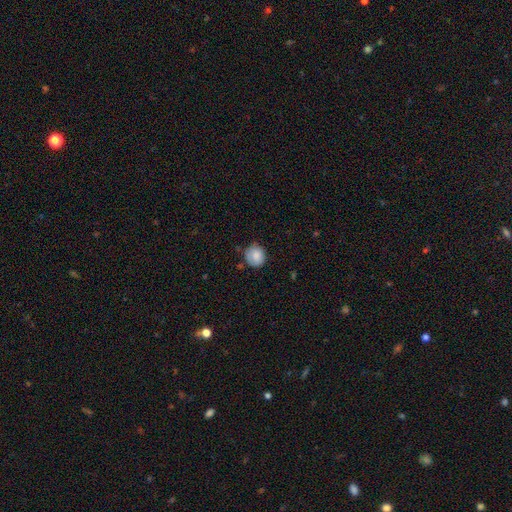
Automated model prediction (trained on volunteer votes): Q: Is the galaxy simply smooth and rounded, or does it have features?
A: smooth — 84%.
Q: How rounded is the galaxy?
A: round — 83%.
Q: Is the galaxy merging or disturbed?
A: none — 73%.